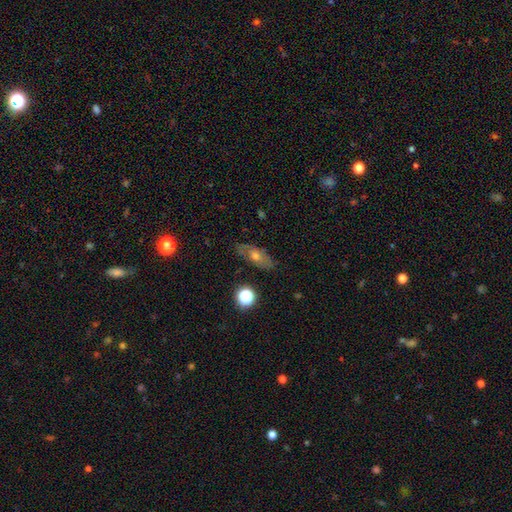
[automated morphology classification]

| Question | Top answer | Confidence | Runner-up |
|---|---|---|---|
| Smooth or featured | featured or disk | 46% | smooth (40%) |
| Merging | none | 80% | minor disturbance (14%) |